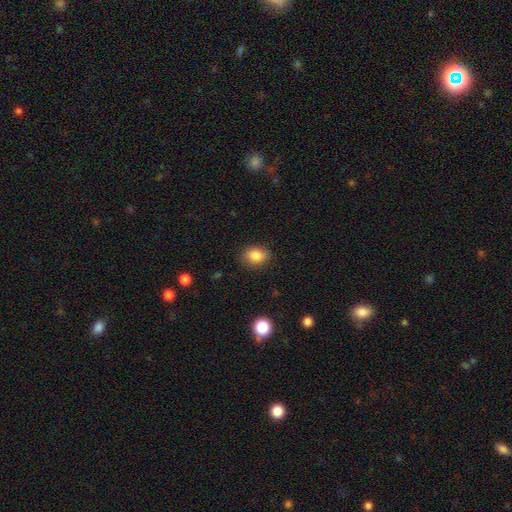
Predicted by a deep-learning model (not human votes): Q: Smooth or featured?
A: smooth (84%); runner-up: star or artifact (9%)
Q: How rounded?
A: in between (62%); runner-up: round (37%)
Q: Merging?
A: none (85%); runner-up: minor disturbance (11%)